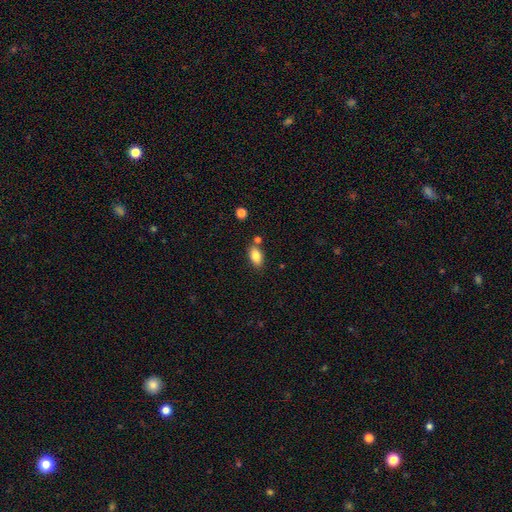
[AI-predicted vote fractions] Smooth or featured: smooth — 84% (featured or disk — 8%)
How rounded: in between — 90% (round — 6%)
Merging: none — 76% (minor disturbance — 12%)